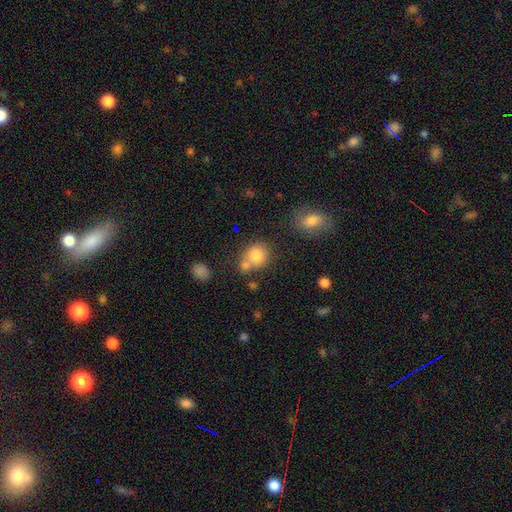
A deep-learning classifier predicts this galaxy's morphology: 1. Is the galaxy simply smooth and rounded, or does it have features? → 80% smooth, 11% star or artifact, 10% featured or disk.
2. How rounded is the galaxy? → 79% round, 20% in between, 1% cigar-shaped.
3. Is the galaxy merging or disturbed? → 53% none, 32% merger, 11% minor disturbance, 4% major disturbance.